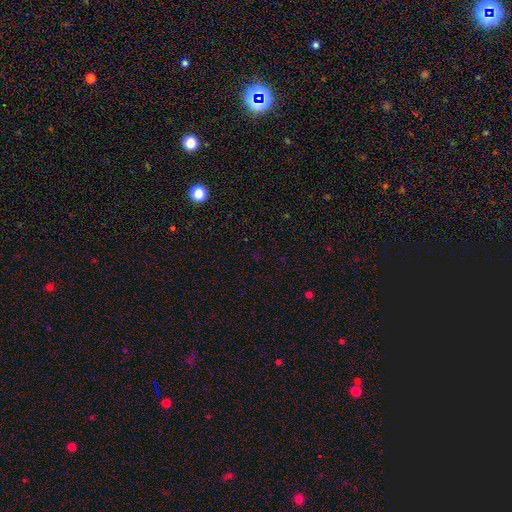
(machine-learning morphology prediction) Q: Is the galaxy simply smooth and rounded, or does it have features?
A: star or artifact — 69%.